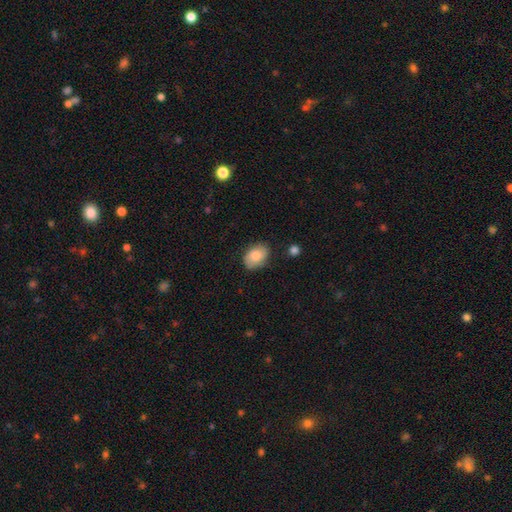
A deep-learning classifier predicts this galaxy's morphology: Smooth or featured? Predicted: smooth (p=0.73). How rounded? Predicted: in between (p=0.79). Merging? Predicted: none (p=0.73).